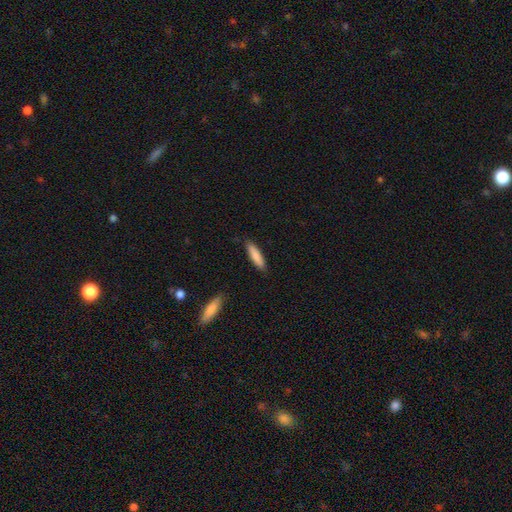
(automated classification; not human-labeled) smooth 85%, featured or disk 9%, star or artifact 6%. Down the decision tree: how rounded — cigar-shaped (74%); merging — none (88%).